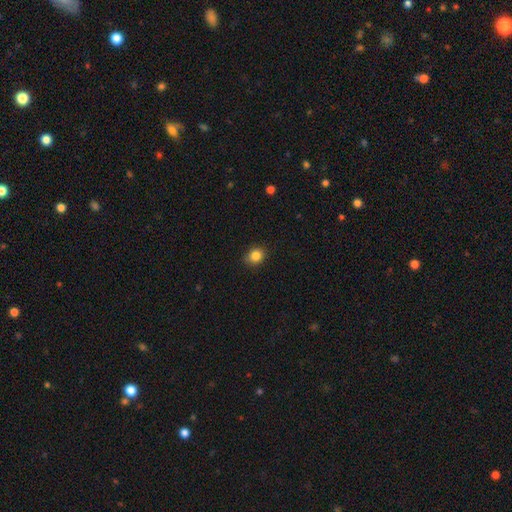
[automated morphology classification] Smooth or featured? Predicted: smooth (p=0.84). How rounded? Predicted: round (p=0.71). Merging? Predicted: none (p=0.84).